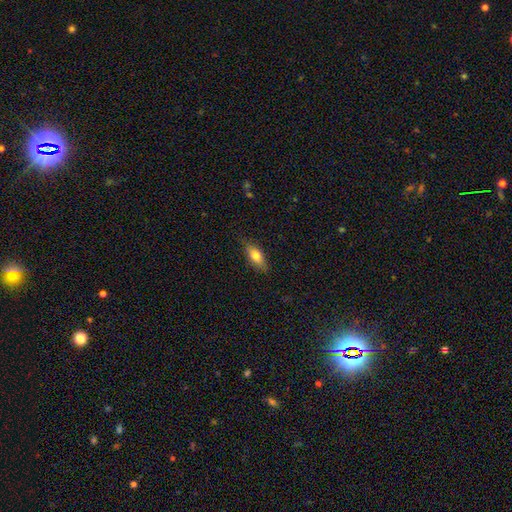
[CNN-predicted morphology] smooth_or_featured: smooth (p=0.74) [alt: featured or disk p=0.19]
how_rounded: in between (p=0.75) [alt: cigar-shaped p=0.21]
merging: none (p=0.79) [alt: minor disturbance p=0.17]